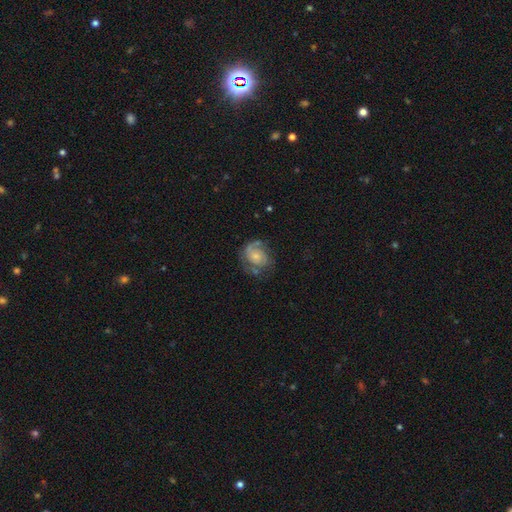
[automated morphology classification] Smooth or featured? featured or disk (71%)
Edge-on disk? no (98%)
Bar? no (71%)
Spiral arms? yes (88%)
Spiral winding? tight (46%)
Spiral arm count? 2 (48%)
Bulge size? small (57%)
Merging? none (57%)